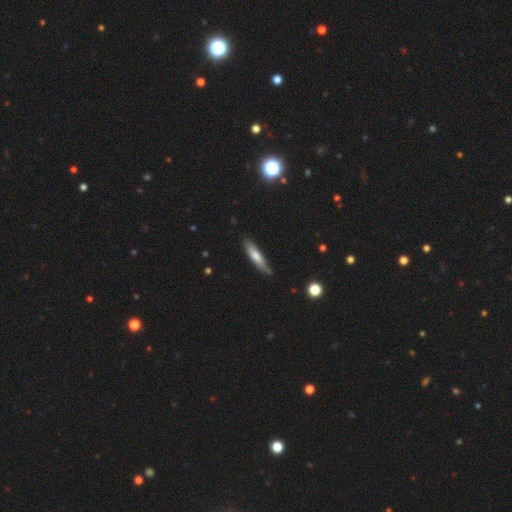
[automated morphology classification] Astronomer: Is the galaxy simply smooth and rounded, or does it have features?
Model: smooth — 64%.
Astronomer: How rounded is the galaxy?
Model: cigar-shaped — 81%.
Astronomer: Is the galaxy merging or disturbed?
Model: none — 78%.